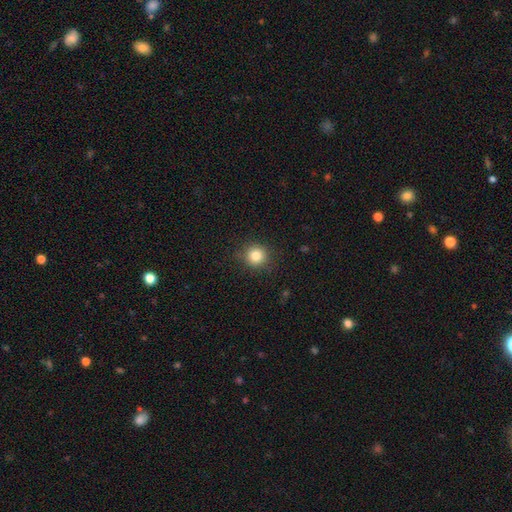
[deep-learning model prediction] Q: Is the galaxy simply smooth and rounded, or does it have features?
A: smooth — 83%.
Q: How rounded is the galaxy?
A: round — 92%.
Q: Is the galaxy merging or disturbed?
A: none — 88%.